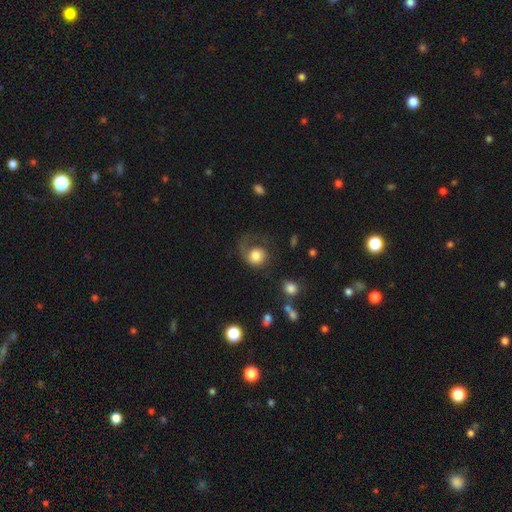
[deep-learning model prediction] smooth-or-featured: smooth: 63% | featured or disk: 29% | star or artifact: 8%
  how-rounded: round: 77% | in between: 22% | cigar-shaped: 1%
  merging: major disturbance: 46% | none: 34% | minor disturbance: 17% | merger: 3%